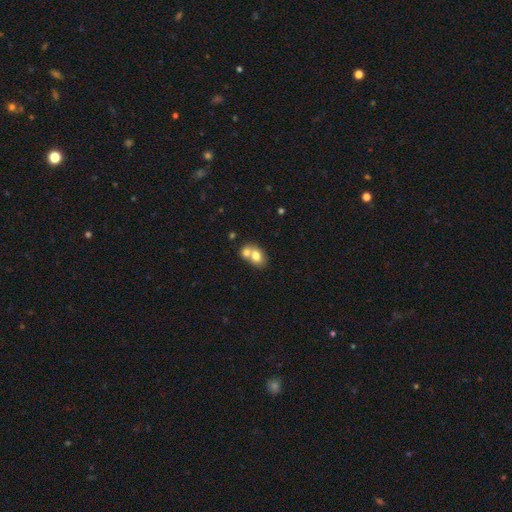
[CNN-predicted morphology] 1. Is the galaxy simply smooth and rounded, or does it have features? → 74% smooth, 18% featured or disk, 9% star or artifact.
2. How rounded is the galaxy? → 55% in between, 44% round, 1% cigar-shaped.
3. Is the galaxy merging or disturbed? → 61% merger, 29% none, 7% minor disturbance, 3% major disturbance.